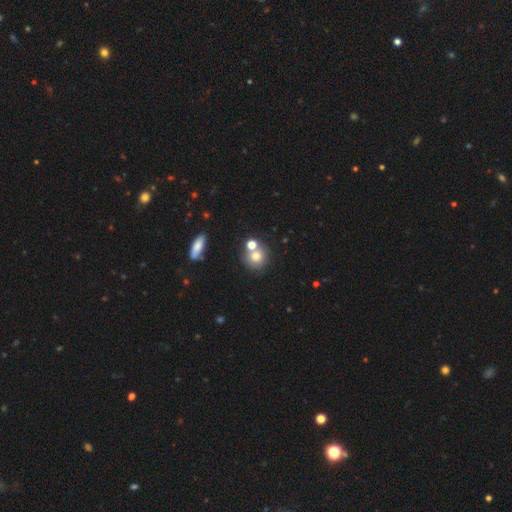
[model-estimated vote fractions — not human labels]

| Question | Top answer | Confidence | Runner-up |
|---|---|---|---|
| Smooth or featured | smooth | 72% | featured or disk (15%) |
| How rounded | round | 84% | in between (15%) |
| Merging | none | 53% | merger (33%) |